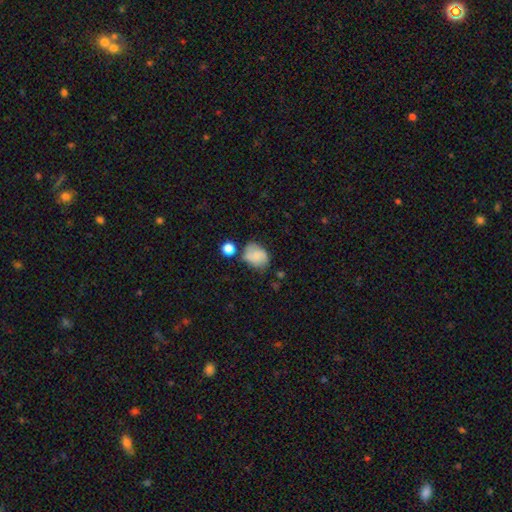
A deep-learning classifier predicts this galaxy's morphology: This is likely a smooth galaxy (72%). How rounded: possibly in between (59%). Merging: possibly none (53%).